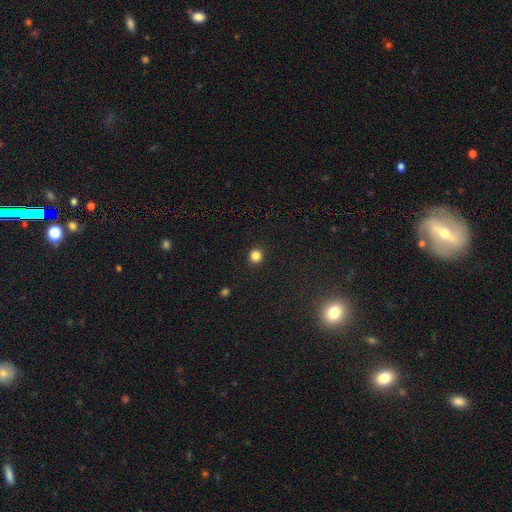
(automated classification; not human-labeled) smooth 84%, star or artifact 13%, featured or disk 4%. Down the decision tree: how rounded — round (91%); merging — none (92%).